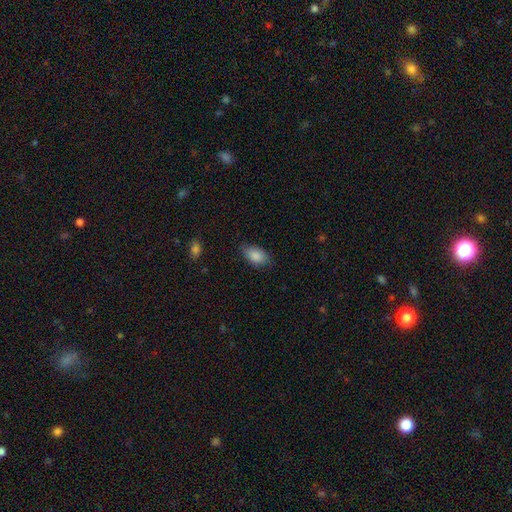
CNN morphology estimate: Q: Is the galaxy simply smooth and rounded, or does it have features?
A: smooth — 87%.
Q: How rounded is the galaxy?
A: in between — 91%.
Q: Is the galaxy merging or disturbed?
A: none — 75%.